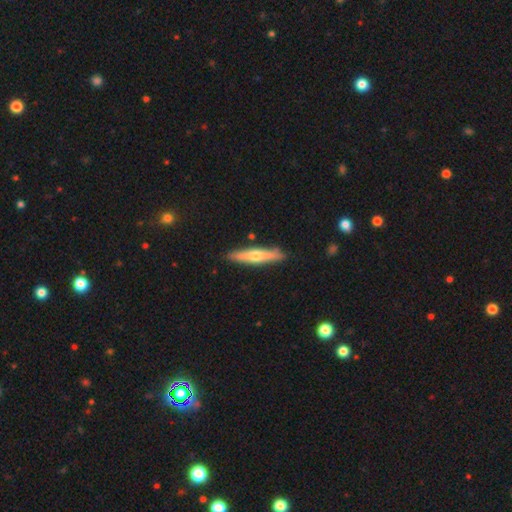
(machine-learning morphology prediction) Q: Smooth or featured?
A: featured or disk (52%); runner-up: smooth (43%)
Q: Edge-on disk?
A: yes (91%); runner-up: no (9%)
Q: Merging?
A: none (87%); runner-up: minor disturbance (9%)